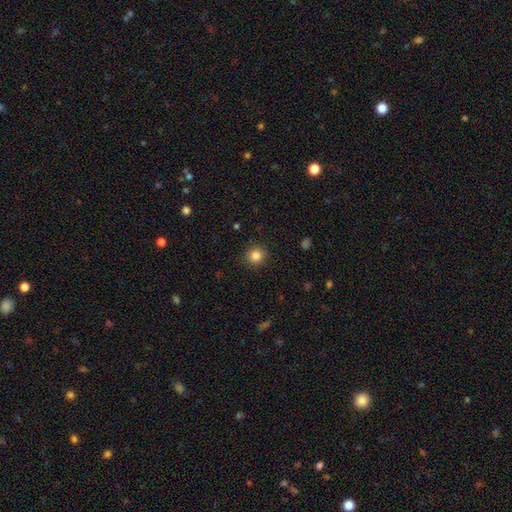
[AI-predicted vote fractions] Smooth or featured? Predicted: smooth (p=0.85). How rounded? Predicted: round (p=0.91). Merging? Predicted: none (p=0.90).